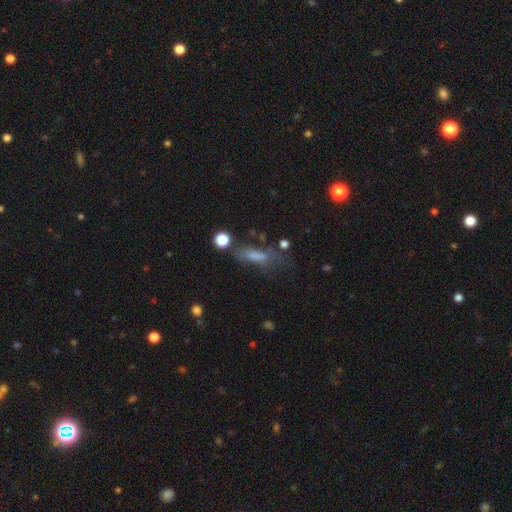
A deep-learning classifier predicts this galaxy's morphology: Q: Smooth or featured?
A: smooth (52%); runner-up: featured or disk (29%)
Q: How rounded?
A: cigar-shaped (55%); runner-up: in between (40%)
Q: Merging?
A: none (48%); runner-up: minor disturbance (23%)